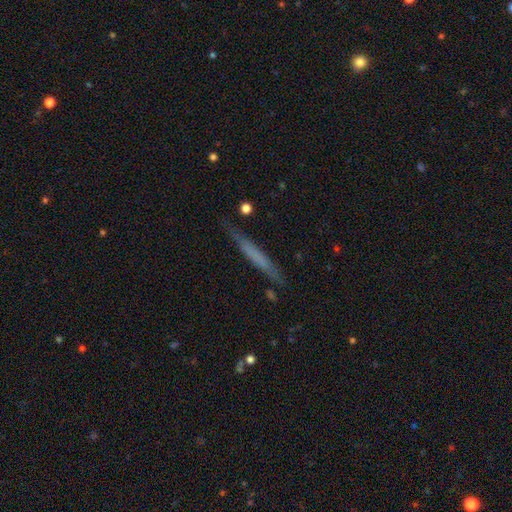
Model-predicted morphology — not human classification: smooth-or-featured: smooth: 50% | featured or disk: 43% | star or artifact: 7%
  merging: none: 82% | minor disturbance: 13% | major disturbance: 3% | merger: 2%